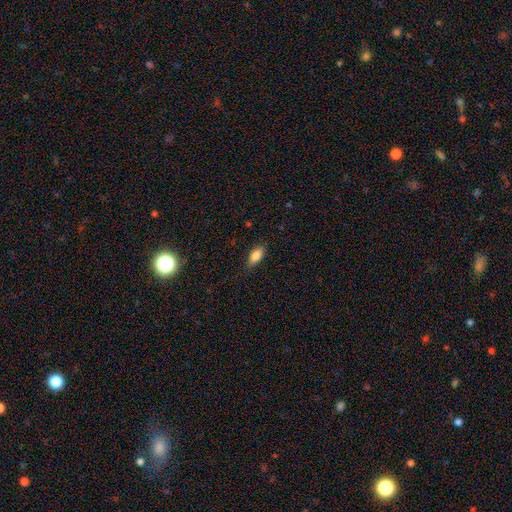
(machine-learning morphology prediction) Smooth or featured? smooth (82%)
How rounded? in between (85%)
Merging? none (81%)